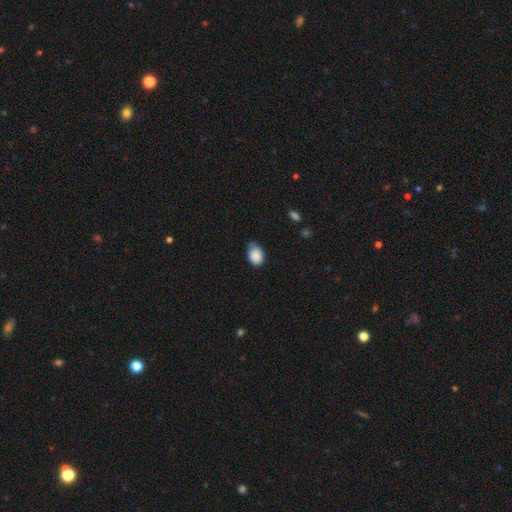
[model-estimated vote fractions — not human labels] A smooth galaxy with no disk features (88%) that is in between round and cigar-shaped (70%).

Vote fractions:
- Smooth or featured? smooth: 88% / star or artifact: 8% / featured or disk: 4%
- How rounded? in between: 70% / round: 29% / cigar-shaped: 1%
- Merging? none: 52% / minor disturbance: 40% / major disturbance: 6% / merger: 2%